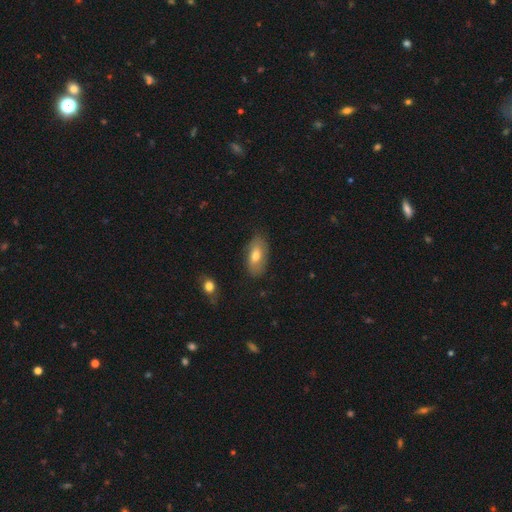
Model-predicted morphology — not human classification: smooth 68%, featured or disk 25%, star or artifact 7%. Down the decision tree: how rounded — in between (90%); merging — none (79%).